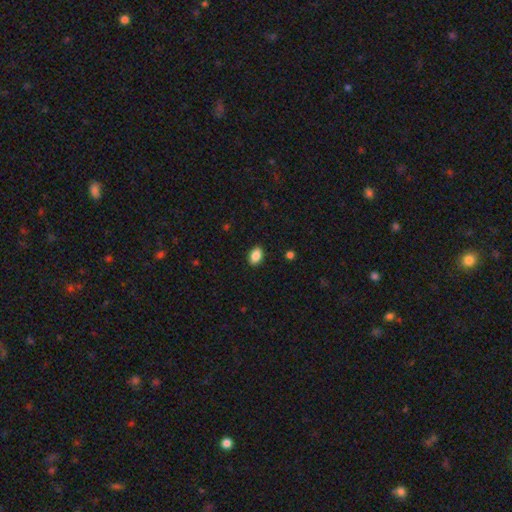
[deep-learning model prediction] Q: Smooth or featured?
A: smooth (88%); runner-up: star or artifact (8%)
Q: How rounded?
A: in between (88%); runner-up: round (11%)
Q: Merging?
A: none (89%); runner-up: minor disturbance (8%)